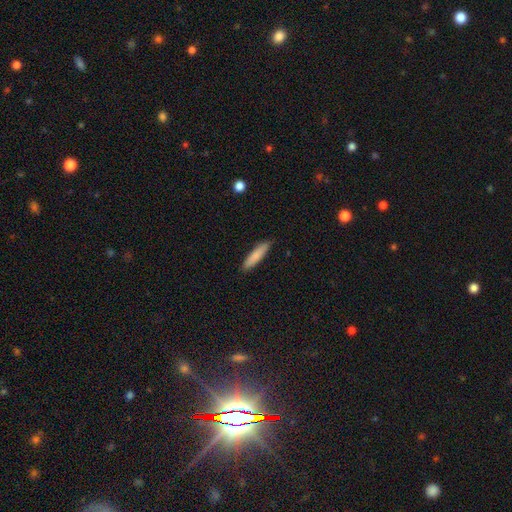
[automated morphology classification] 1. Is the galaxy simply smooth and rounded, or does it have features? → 83% smooth, 12% featured or disk, 6% star or artifact.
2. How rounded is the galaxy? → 83% cigar-shaped, 16% in between, 1% round.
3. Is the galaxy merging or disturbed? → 89% none, 8% minor disturbance, 2% major disturbance, 1% merger.